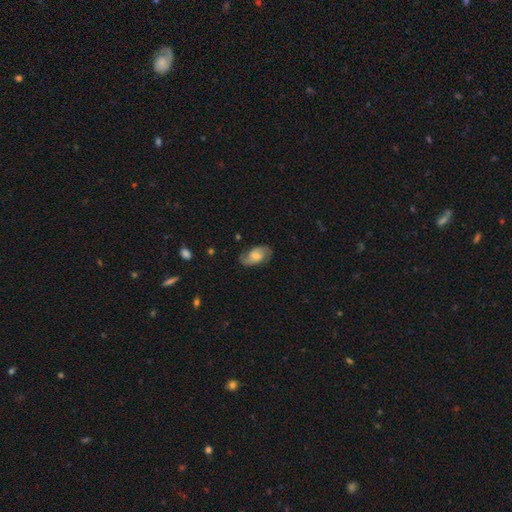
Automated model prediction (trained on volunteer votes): featured or disk 61%, smooth 32%, star or artifact 7%. Down the decision tree: edge-on disk — no (95%); bar — no (47%); spiral arms — yes (90%); spiral arm count — 2 (85%); spiral winding — medium (46%); bulge size — moderate (45%); merging — none (74%).